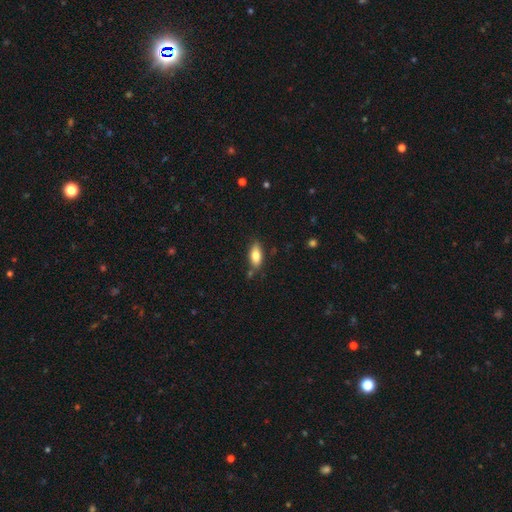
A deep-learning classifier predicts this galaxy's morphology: type=smooth (80%); roundness=in between (82%); merging=none (76%).